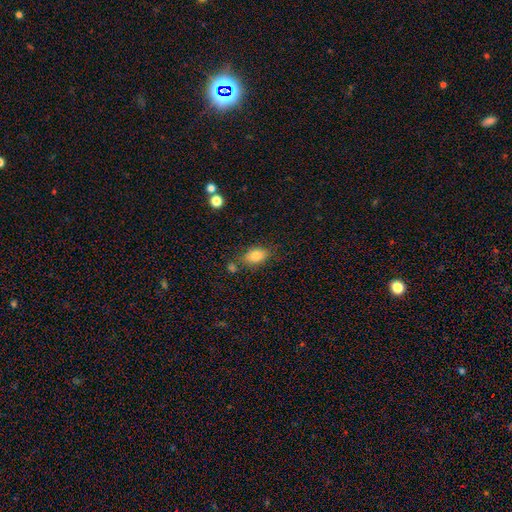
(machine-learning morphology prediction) Overall: smooth (84%). How rounded: in between (86%). Merging: none (70%).